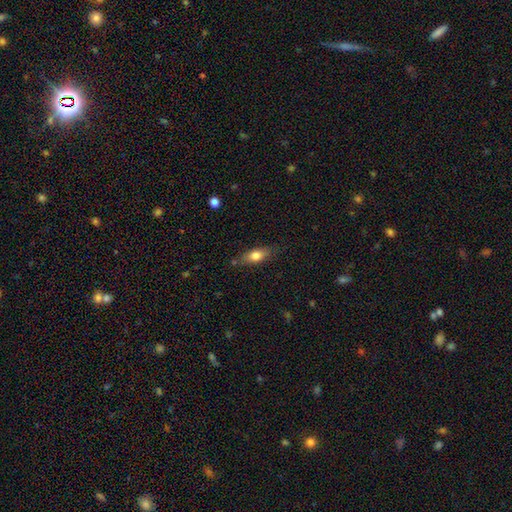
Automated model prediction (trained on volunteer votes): smooth_or_featured: smooth (p=0.71) [alt: featured or disk p=0.21]
how_rounded: in between (p=0.68) [alt: cigar-shaped p=0.28]
merging: none (p=0.76) [alt: minor disturbance p=0.17]